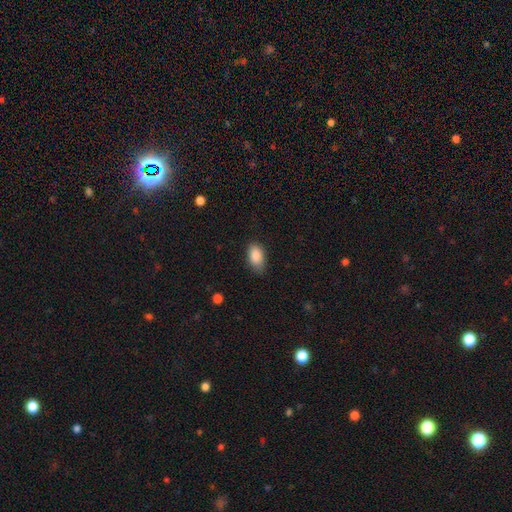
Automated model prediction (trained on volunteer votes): Q: Smooth or featured?
A: smooth (88%); runner-up: star or artifact (7%)
Q: How rounded?
A: in between (92%); runner-up: round (5%)
Q: Merging?
A: none (75%); runner-up: minor disturbance (20%)